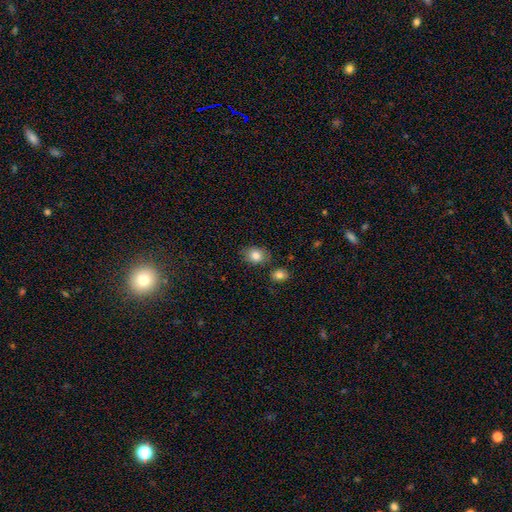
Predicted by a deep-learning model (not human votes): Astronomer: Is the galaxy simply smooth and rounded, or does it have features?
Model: smooth — 84%.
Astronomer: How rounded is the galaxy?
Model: in between — 61% (runner-up: round, 38%).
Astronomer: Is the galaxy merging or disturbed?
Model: none — 77%.